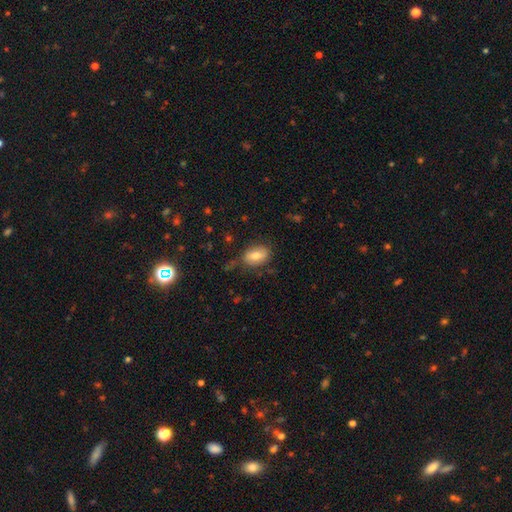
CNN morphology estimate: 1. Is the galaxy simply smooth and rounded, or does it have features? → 73% smooth, 20% featured or disk, 8% star or artifact.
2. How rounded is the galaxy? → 86% in between, 12% round, 2% cigar-shaped.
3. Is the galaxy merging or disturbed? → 69% none, 22% minor disturbance, 7% major disturbance, 2% merger.